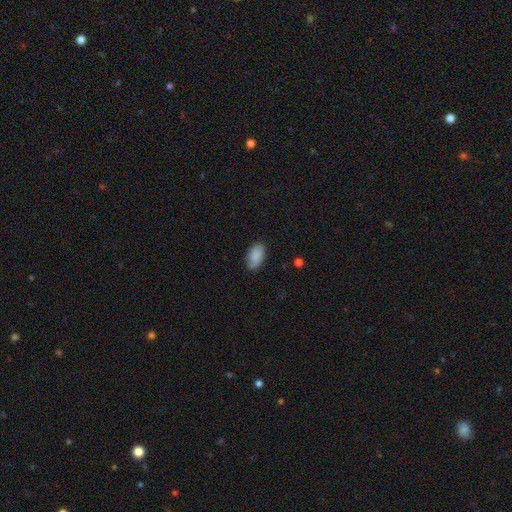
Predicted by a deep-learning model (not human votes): A smooth galaxy with no disk features (89%) that is in between round and cigar-shaped (94%).

Vote fractions:
- Smooth or featured? smooth: 89% / star or artifact: 7% / featured or disk: 5%
- How rounded? in between: 94% / round: 4% / cigar-shaped: 2%
- Merging? none: 82% / minor disturbance: 14% / major disturbance: 3% / merger: 1%